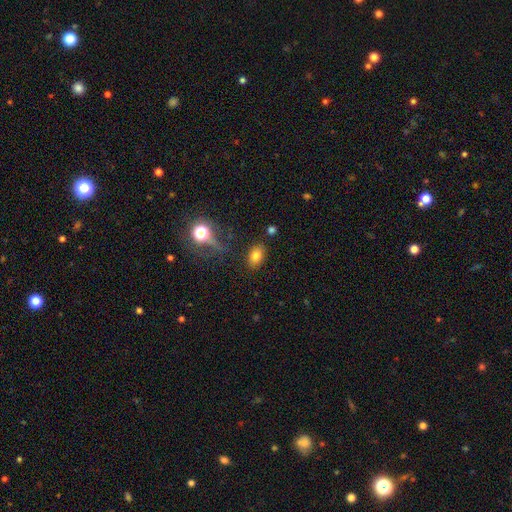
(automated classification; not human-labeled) Smooth or featured? smooth (77%)
How rounded? in between (77%)
Merging? none (81%)